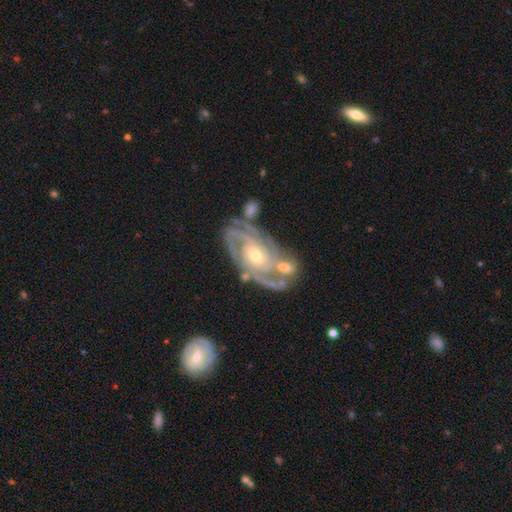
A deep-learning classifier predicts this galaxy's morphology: smooth-or-featured: featured or disk: 88% | star or artifact: 6% | smooth: 6%
  disk-edge-on: no: 96% | yes: 4%
    bar: no: 61% | weak: 28% | strong: 11%
    has-spiral-arms: yes: 96% | no: 4%
      spiral-winding: tight: 62% | medium: 32% | loose: 7%
      spiral-arm-count: 2: 36% | 3: 24% | can't tell: 22% | 4: 9% | 1: 5% | more than 4: 5%
    bulge-size: small: 50% | moderate: 46% | large: 2% | none: 1% | dominant: 1%
  merging: none: 48% | merger: 23% | minor disturbance: 19% | major disturbance: 10%